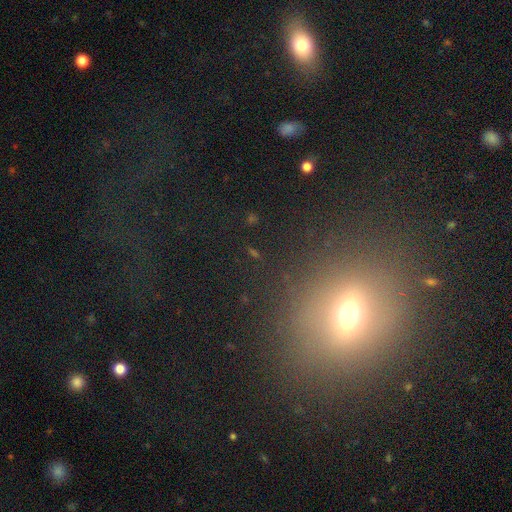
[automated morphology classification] The model was most divided on "how rounded": round: 54%, in between: 41%, cigar-shaped: 5%. More confident: merging — none (72%); smooth or featured — smooth (51%).